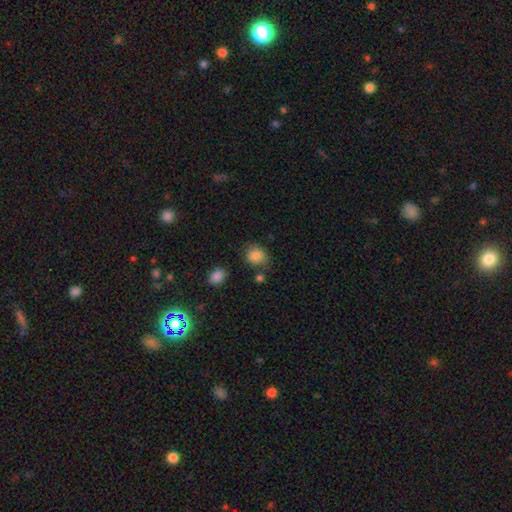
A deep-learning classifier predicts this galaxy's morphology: Overall: smooth (85%). How rounded: round (61%; in between 38%). Merging: none (72%).